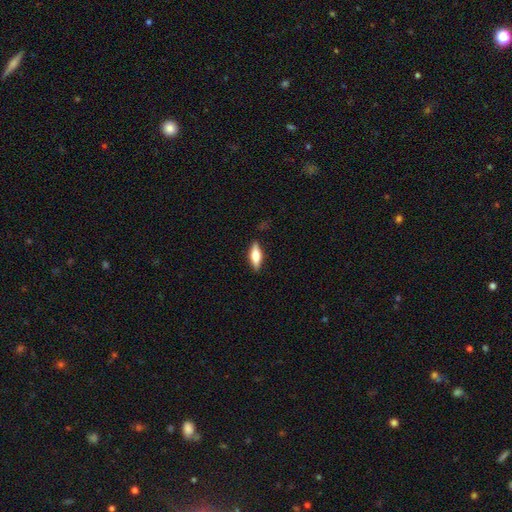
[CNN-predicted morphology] The model was most divided on "smooth or featured": smooth: 55%, featured or disk: 39%, star or artifact: 6%. More confident: merging — none (86%); how rounded — in between (57%).